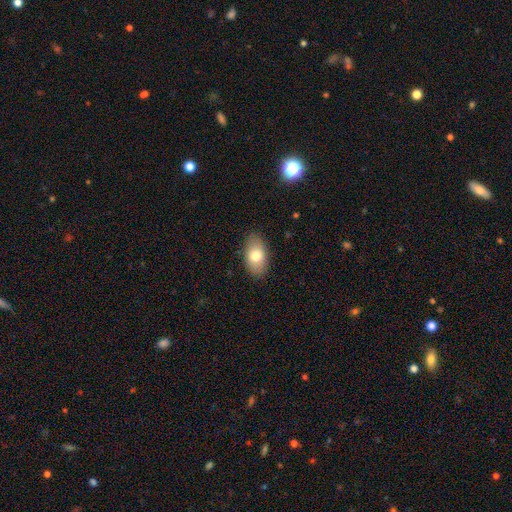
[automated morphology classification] smooth 77%, featured or disk 16%, star or artifact 7%. Down the decision tree: how rounded — in between (93%); merging — none (86%).